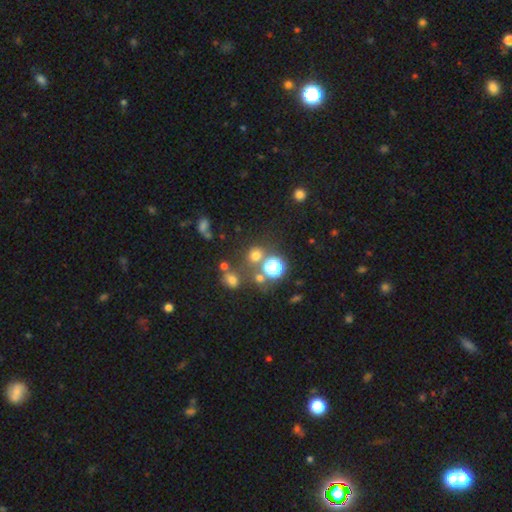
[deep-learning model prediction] Morphology: type=smooth (64%); roundness=round (85%); merging=none (70%).